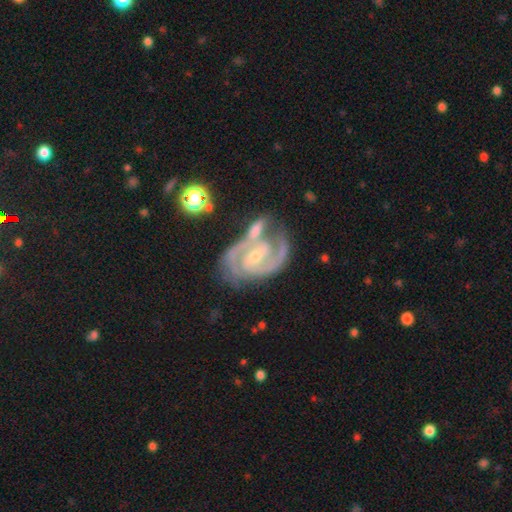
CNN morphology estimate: A featured or disk galaxy (91%) with a weak bar (44%), 2 (82%) tight (50%) spiral arms (98%) and a small central bulge (66%). Merging: none (53%).